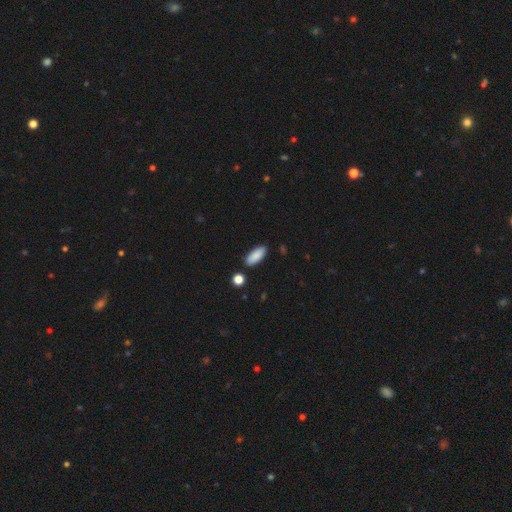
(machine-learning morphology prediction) A smooth galaxy with no disk features (88%) that is in between round and cigar-shaped (80%). Merging: none (85%).